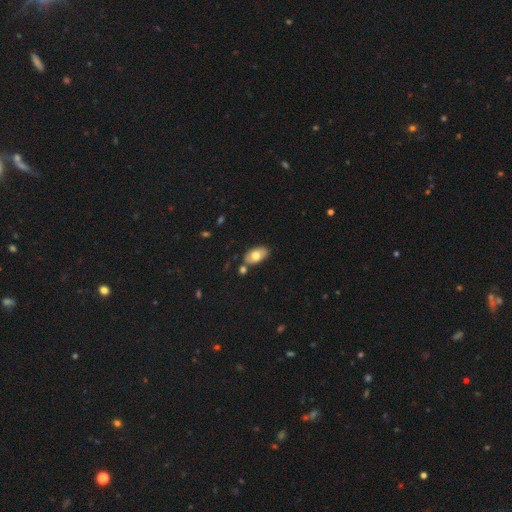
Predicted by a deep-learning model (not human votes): Smooth or featured: smooth — 71% (featured or disk — 22%)
How rounded: in between — 93% (round — 5%)
Merging: none — 73% (minor disturbance — 14%)